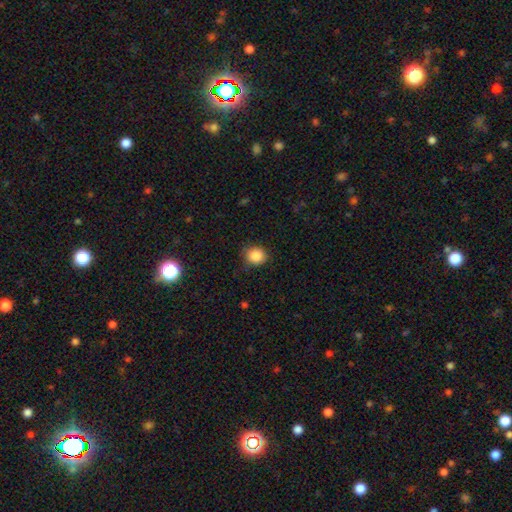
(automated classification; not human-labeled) Overall: smooth (87%). How rounded: round (80%). Merging: none (78%).